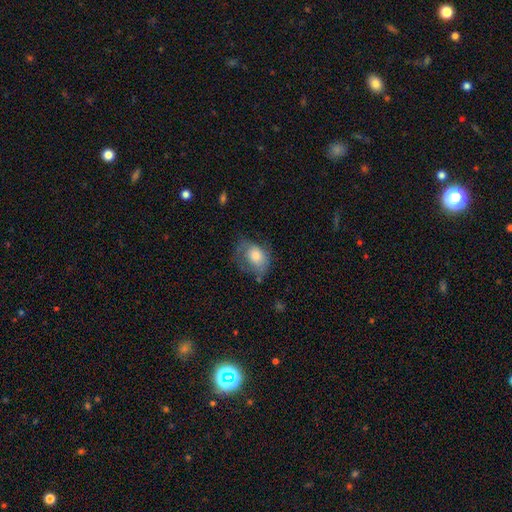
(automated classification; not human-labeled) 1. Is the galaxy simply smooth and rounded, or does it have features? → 68% smooth, 25% featured or disk, 8% star or artifact.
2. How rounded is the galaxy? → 72% in between, 27% round, 1% cigar-shaped.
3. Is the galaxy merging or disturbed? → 38% none, 33% minor disturbance, 25% major disturbance, 3% merger.